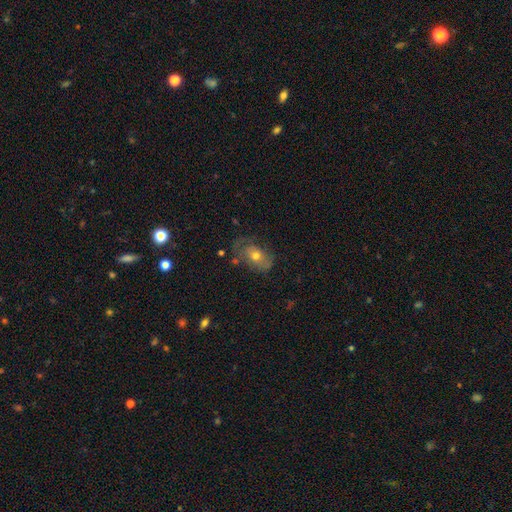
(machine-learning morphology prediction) Q: Smooth or featured?
A: featured or disk (46%); runner-up: smooth (43%)
Q: Merging?
A: none (52%); runner-up: minor disturbance (27%)